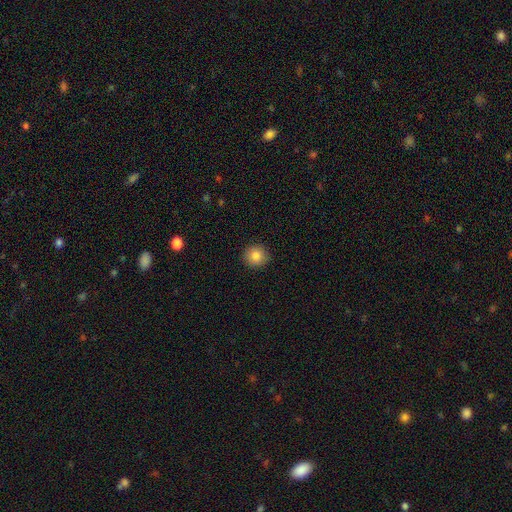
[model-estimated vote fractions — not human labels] smooth_or_featured: smooth (p=0.83) [alt: star or artifact p=0.10]
how_rounded: round (p=0.91) [alt: in between p=0.08]
merging: none (p=0.91) [alt: minor disturbance p=0.06]